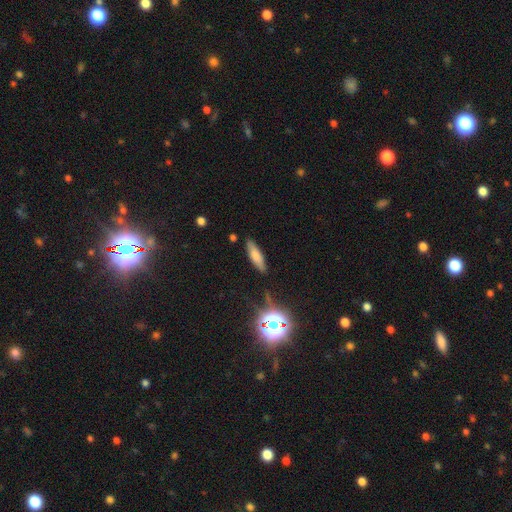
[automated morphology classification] Smooth or featured? Predicted: smooth (p=0.70). How rounded? Predicted: cigar-shaped (p=0.59). Merging? Predicted: none (p=0.83).